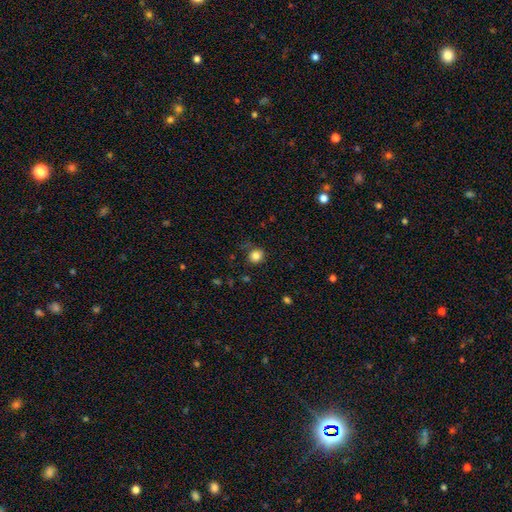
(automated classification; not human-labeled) smooth-or-featured: smooth: 84% | star or artifact: 11% | featured or disk: 5%
  how-rounded: round: 84% | in between: 15% | cigar-shaped: 1%
  merging: none: 79% | minor disturbance: 14% | major disturbance: 5% | merger: 2%